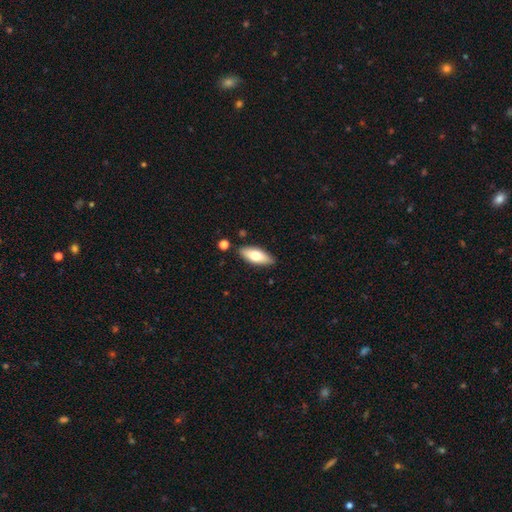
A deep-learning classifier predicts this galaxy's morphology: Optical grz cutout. It shows a smooth galaxy with no disk features (70%) that is in between round and cigar-shaped (77%). Merging: none (85%).